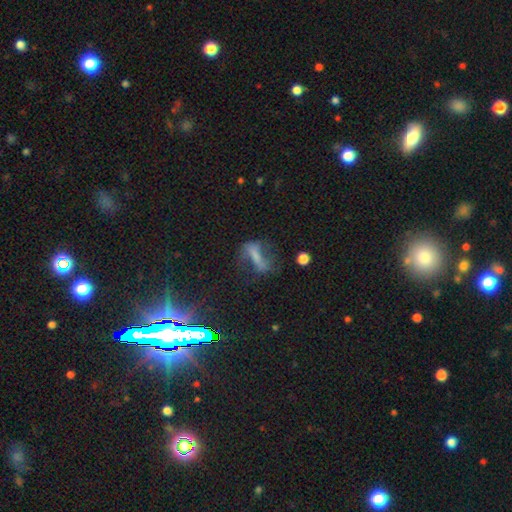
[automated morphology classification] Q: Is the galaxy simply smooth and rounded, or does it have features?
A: featured or disk — 40%.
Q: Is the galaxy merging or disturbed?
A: none — 51%.